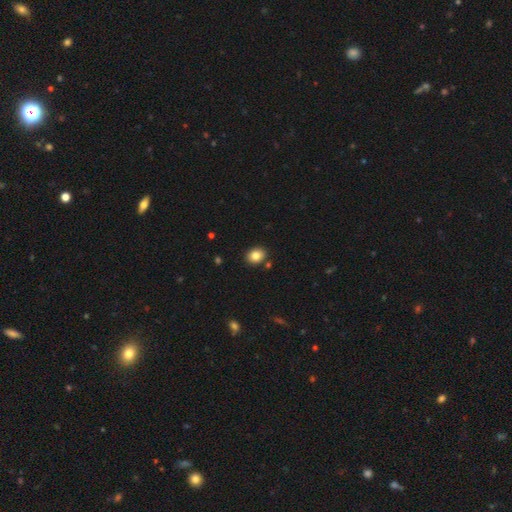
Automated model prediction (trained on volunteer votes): Overall: smooth (83%). How rounded: round (53%; in between 46%). Merging: none (86%).